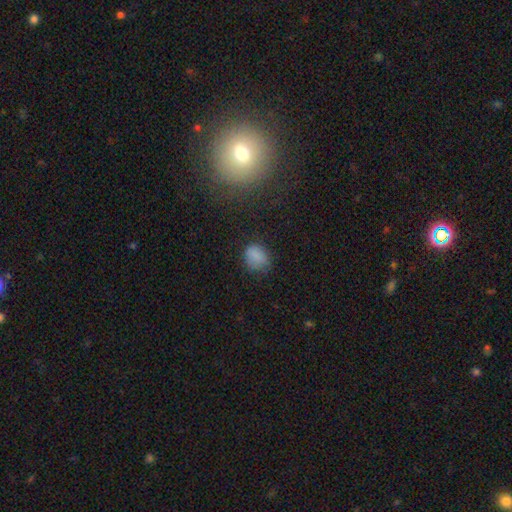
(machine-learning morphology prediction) A smooth galaxy with no disk features (81%) that is round (50%). Merging: none (67%).